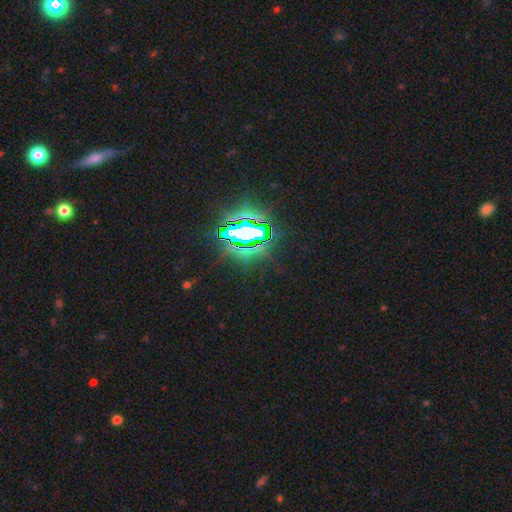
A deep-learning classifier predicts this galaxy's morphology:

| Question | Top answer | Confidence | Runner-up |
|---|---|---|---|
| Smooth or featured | star or artifact | 85% | smooth (8%) |